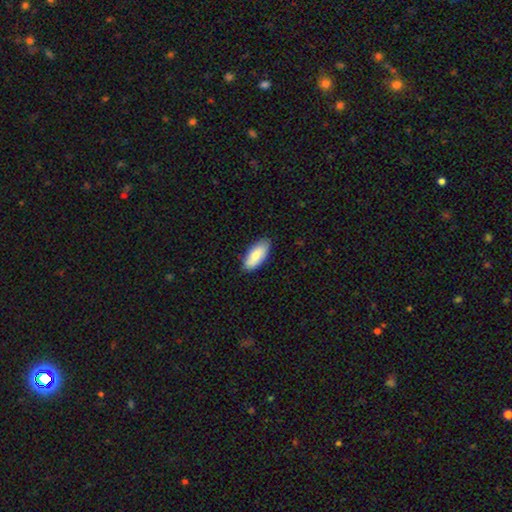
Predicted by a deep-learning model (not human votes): Smooth or featured? Predicted: smooth (p=0.79). How rounded? Predicted: in between (p=0.88). Merging? Predicted: none (p=0.84).